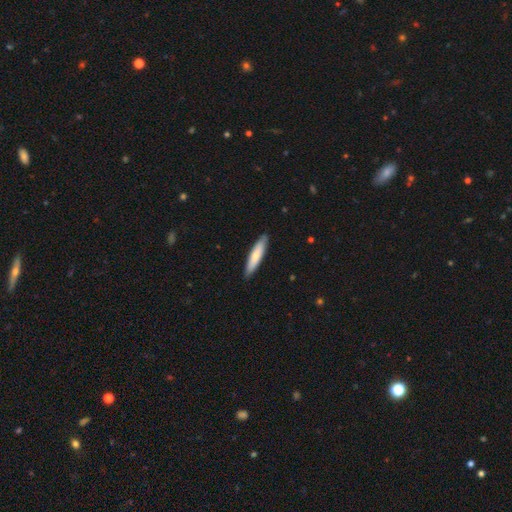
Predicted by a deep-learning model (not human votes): A smooth galaxy with no disk features (73%) that is cigar-shaped (84%). Merging: none (89%).